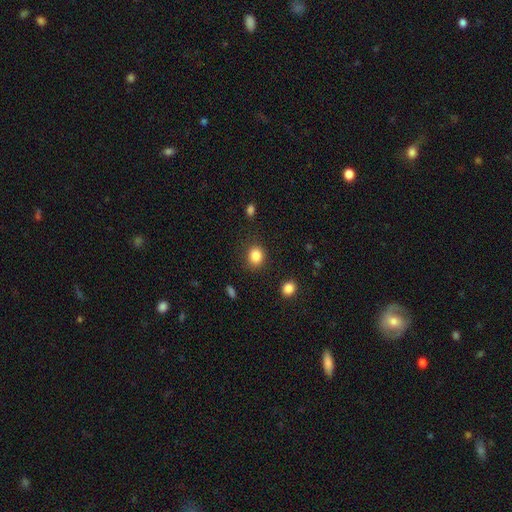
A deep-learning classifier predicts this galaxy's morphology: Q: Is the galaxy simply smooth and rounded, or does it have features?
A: smooth — 85%.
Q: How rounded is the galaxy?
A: round — 69%.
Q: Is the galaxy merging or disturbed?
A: none — 86%.